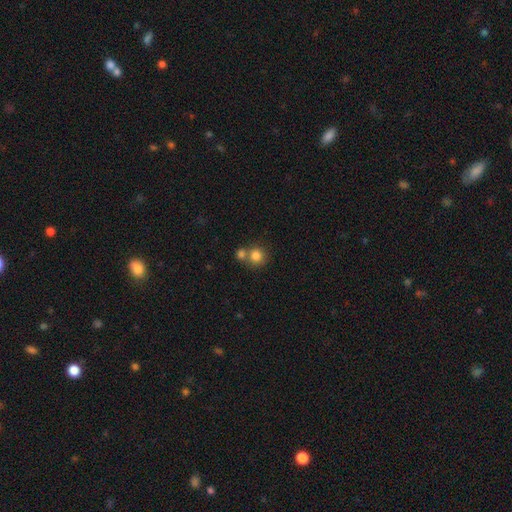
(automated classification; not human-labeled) This is clearly a smooth galaxy (81%). How rounded: clearly round (89%). Merging: possibly none (53%).